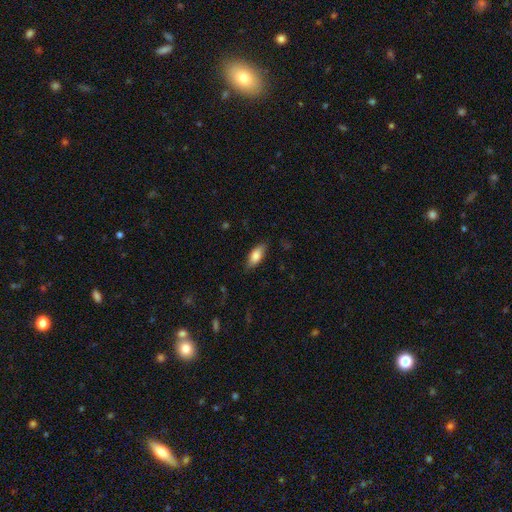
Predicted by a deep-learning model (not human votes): A smooth galaxy with no disk features (78%) that is in between round and cigar-shaped (80%). Merging: none (80%).